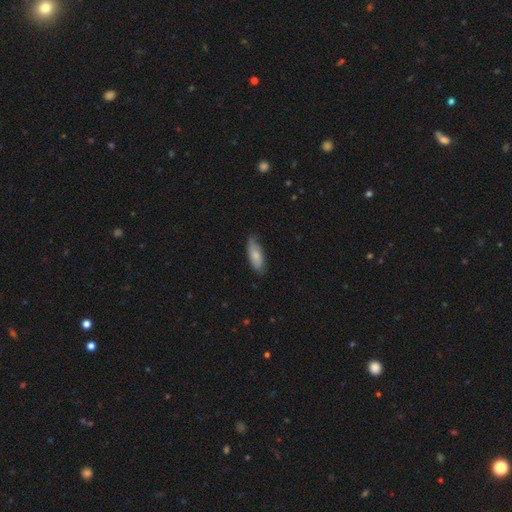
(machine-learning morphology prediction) Q: Smooth or featured?
A: smooth (73%); runner-up: featured or disk (22%)
Q: How rounded?
A: in between (71%); runner-up: cigar-shaped (27%)
Q: Merging?
A: none (72%); runner-up: minor disturbance (24%)